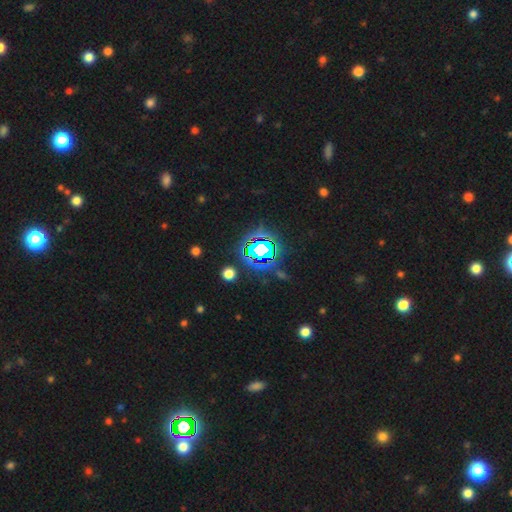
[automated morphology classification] type=star or artifact (70%).